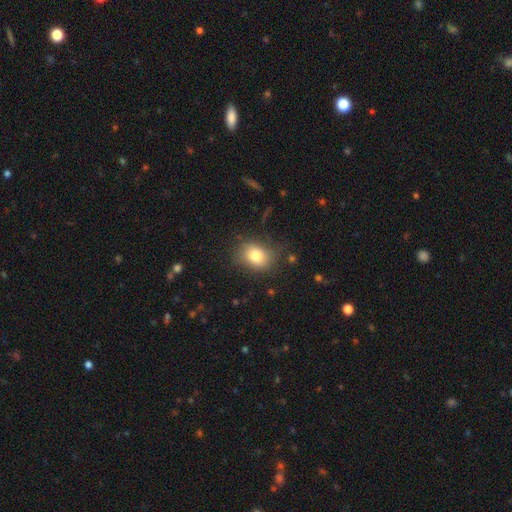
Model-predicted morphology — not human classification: Smooth or featured? Predicted: smooth (p=0.79). How rounded? Predicted: in between (p=0.53). Merging? Predicted: none (p=0.76).